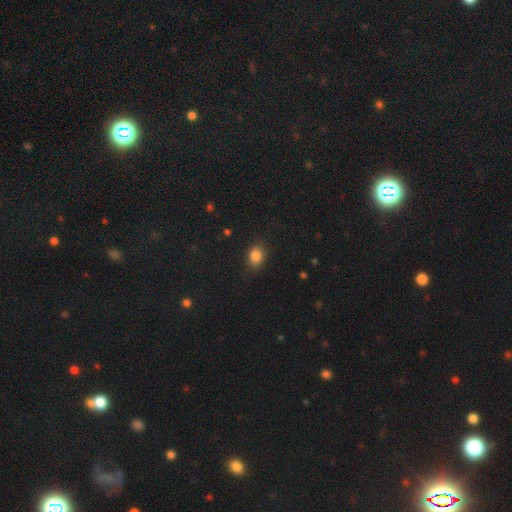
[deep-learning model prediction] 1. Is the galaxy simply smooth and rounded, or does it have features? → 84% smooth, 11% star or artifact, 5% featured or disk.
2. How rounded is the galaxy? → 64% in between, 35% round, 1% cigar-shaped.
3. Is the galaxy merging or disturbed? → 84% none, 12% minor disturbance, 3% major disturbance, 1% merger.